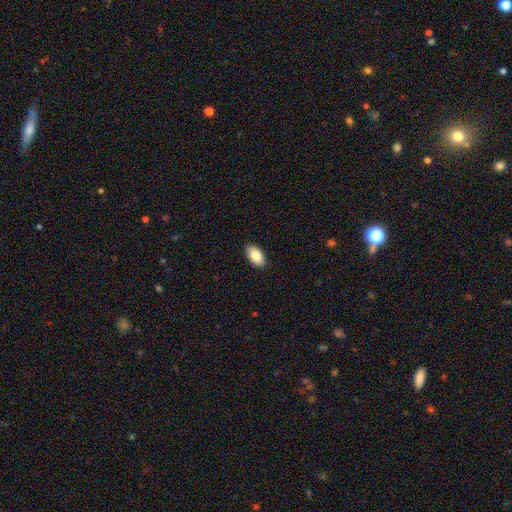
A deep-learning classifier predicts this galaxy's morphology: A smooth galaxy with no disk features (86%) that is in between round and cigar-shaped (95%).

Vote fractions:
- Smooth or featured? smooth: 86% / featured or disk: 7% / star or artifact: 7%
- How rounded? in between: 95% / round: 3% / cigar-shaped: 2%
- Merging? none: 90% / minor disturbance: 8% / major disturbance: 2% / merger: 1%